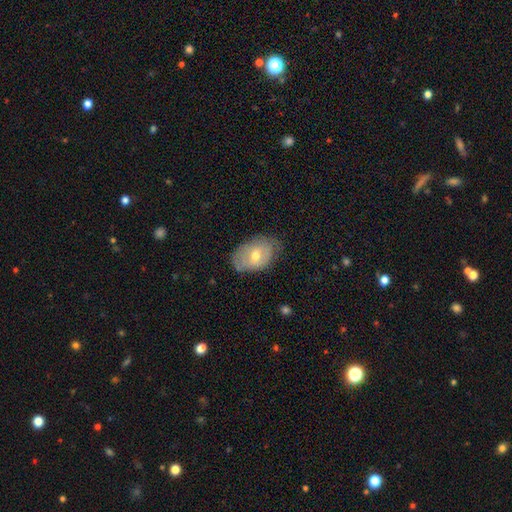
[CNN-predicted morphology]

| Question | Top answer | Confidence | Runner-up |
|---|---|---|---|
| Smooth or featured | smooth | 51% | featured or disk (41%) |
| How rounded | in between | 84% | round (14%) |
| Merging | none | 65% | minor disturbance (27%) |